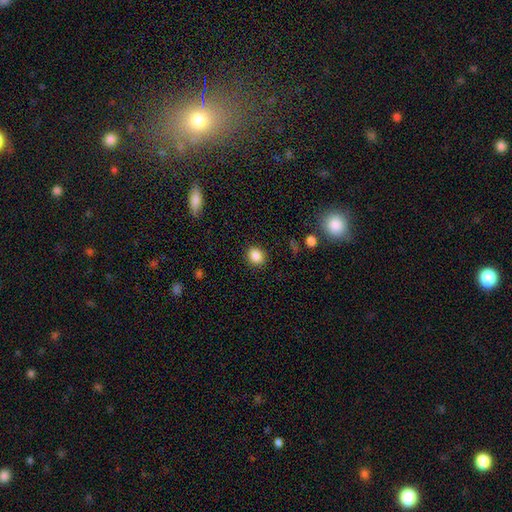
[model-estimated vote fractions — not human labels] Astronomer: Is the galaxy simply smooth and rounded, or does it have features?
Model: smooth — 87%.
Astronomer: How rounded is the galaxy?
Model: round — 66%.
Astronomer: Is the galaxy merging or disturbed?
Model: none — 89%.